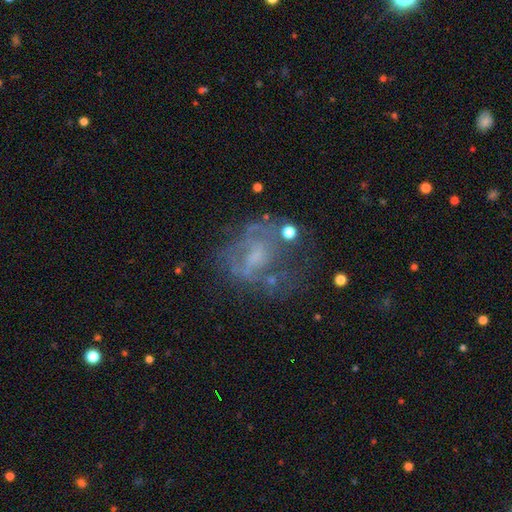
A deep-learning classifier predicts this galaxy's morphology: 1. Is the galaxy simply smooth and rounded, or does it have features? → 60% featured or disk, 22% smooth, 18% star or artifact.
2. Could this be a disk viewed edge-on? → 97% no, 3% yes.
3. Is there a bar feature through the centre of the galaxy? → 69% no, 25% weak, 6% strong.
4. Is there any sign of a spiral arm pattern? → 66% no, 34% yes.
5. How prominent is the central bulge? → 37% none, 34% small, 25% moderate, 3% large, 1% dominant.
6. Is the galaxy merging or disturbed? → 40% none, 32% major disturbance, 20% minor disturbance, 8% merger.